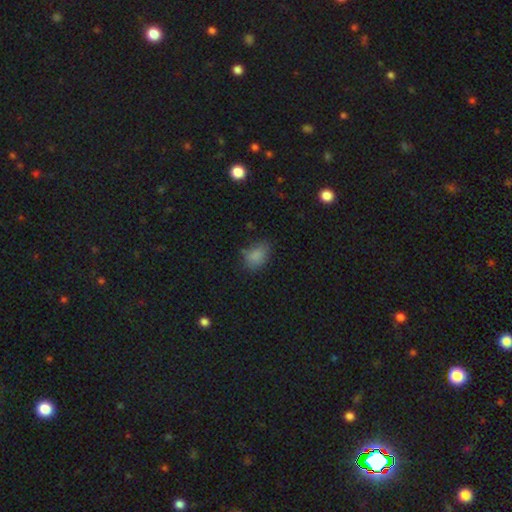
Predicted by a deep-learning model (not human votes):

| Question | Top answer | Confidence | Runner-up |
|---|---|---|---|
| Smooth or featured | smooth | 81% | star or artifact (12%) |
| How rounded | in between | 84% | round (15%) |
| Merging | none | 65% | minor disturbance (24%) |